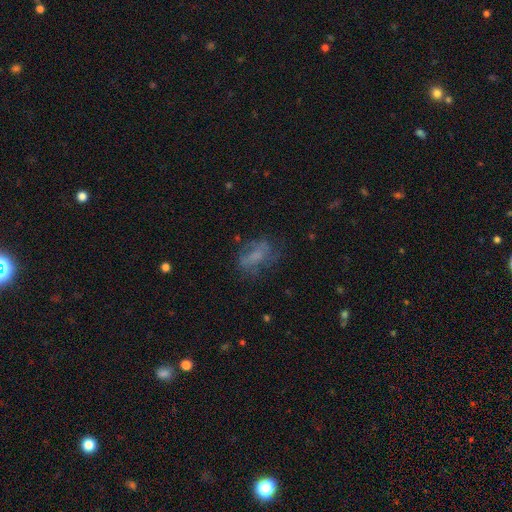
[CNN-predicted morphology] smooth-or-featured: featured or disk: 43% | smooth: 42% | star or artifact: 15%
  merging: none: 52% | major disturbance: 23% | minor disturbance: 22% | merger: 3%